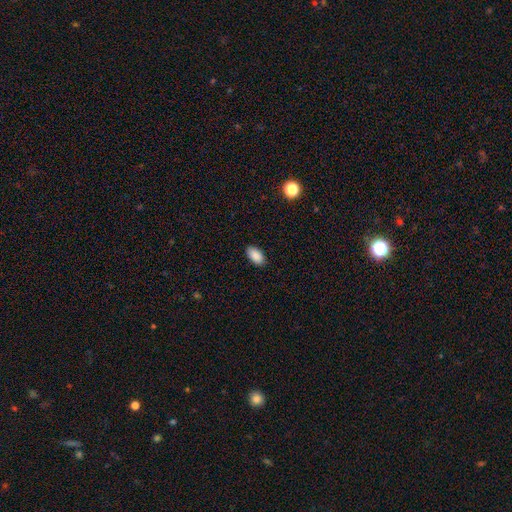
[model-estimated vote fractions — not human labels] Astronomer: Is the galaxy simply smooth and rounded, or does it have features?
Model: smooth — 89%.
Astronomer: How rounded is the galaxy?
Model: in between — 94%.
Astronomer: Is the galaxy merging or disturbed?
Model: none — 89%.